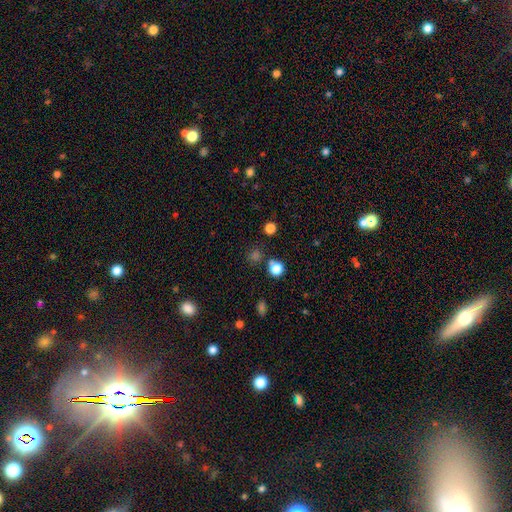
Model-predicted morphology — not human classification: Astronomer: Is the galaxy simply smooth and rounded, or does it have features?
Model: smooth — 55% (runner-up: star or artifact, 39%).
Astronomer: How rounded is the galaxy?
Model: round — 89%.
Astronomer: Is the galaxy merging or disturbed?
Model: none — 80%.